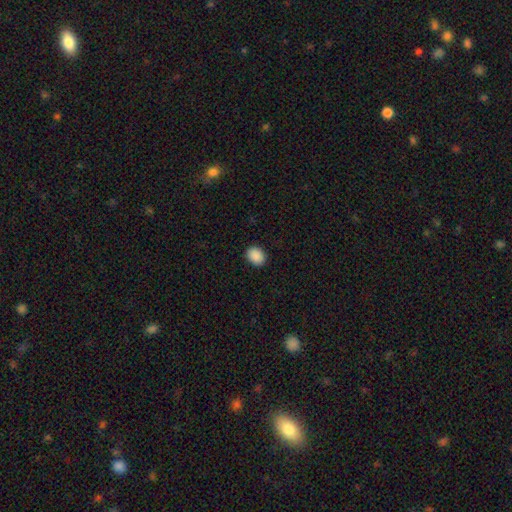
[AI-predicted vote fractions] Q: Smooth or featured?
A: smooth (90%); runner-up: star or artifact (8%)
Q: How rounded?
A: in between (56%); runner-up: round (43%)
Q: Merging?
A: none (89%); runner-up: minor disturbance (8%)